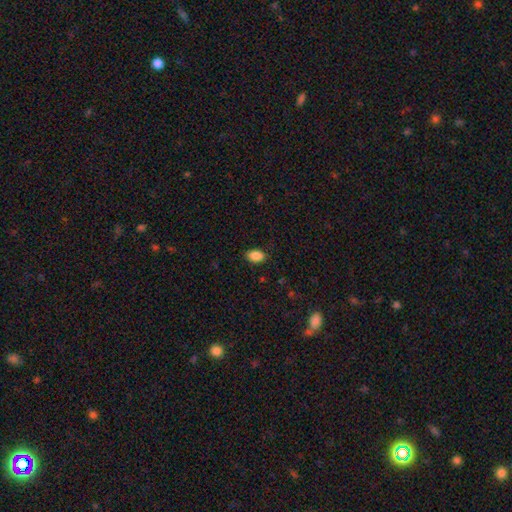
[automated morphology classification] This is clearly a smooth galaxy (88%). How rounded: clearly in between (89%). Merging: clearly none (86%).